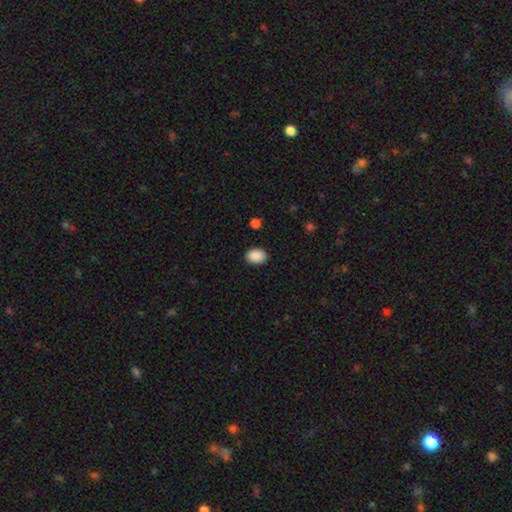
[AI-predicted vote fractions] smooth_or_featured: smooth (p=0.90) [alt: star or artifact p=0.07]
how_rounded: in between (p=0.76) [alt: round p=0.23]
merging: none (p=0.89) [alt: minor disturbance p=0.08]